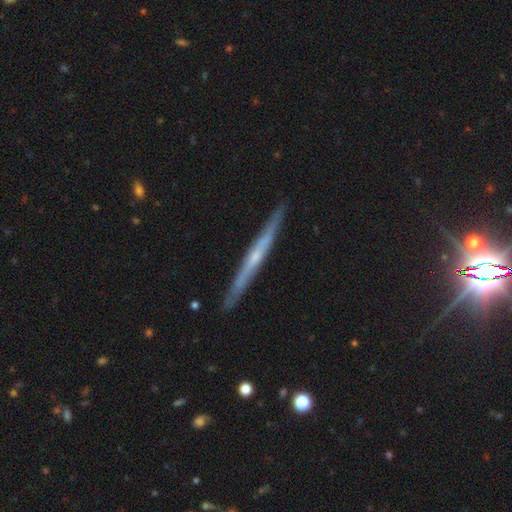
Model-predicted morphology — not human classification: Smooth or featured?
  - featured or disk: 68% *
  - smooth: 26%
  - star or artifact: 6%
Edge-on disk?
  - yes: 97% *
  - no: 3%
Edge-on bulge?
  - none: 54% *
  - rounded: 40%
  - boxy: 5%
Merging?
  - none: 91% *
  - minor disturbance: 7%
  - major disturbance: 1%
  - merger: 1%